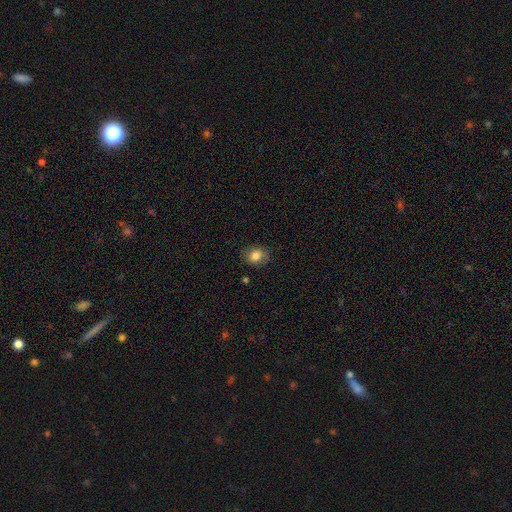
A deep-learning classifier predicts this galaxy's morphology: smooth_or_featured: smooth (p=0.83) [alt: star or artifact p=0.09]
how_rounded: round (p=0.59) [alt: in between p=0.40]
merging: none (p=0.78) [alt: minor disturbance p=0.16]